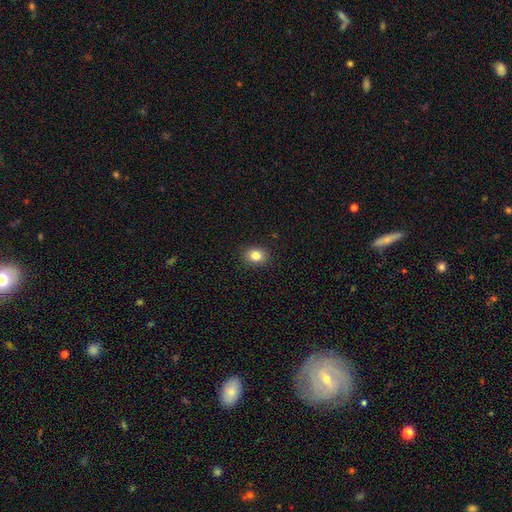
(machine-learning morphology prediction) type=smooth (83%); roundness=in between (50%, tied with round); merging=none (90%).